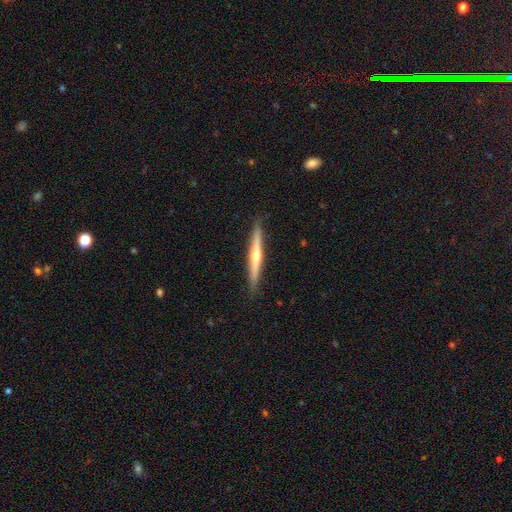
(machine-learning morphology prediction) The model was most divided on "smooth or featured": featured or disk: 69%, smooth: 26%, star or artifact: 5%. More confident: edge-on disk — yes (98%); merging — none (91%); edge-on bulge — rounded (86%).